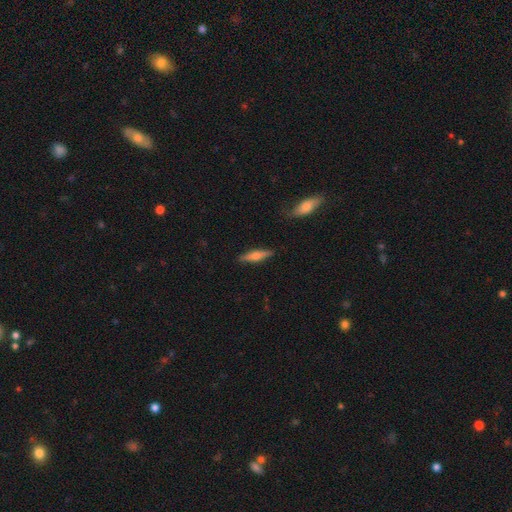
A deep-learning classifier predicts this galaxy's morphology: Smooth or featured?
  - featured or disk: 50% *
  - smooth: 44%
  - star or artifact: 6%
Edge-on disk?
  - yes: 95% *
  - no: 5%
Merging?
  - none: 88% *
  - minor disturbance: 9%
  - major disturbance: 2%
  - merger: 1%